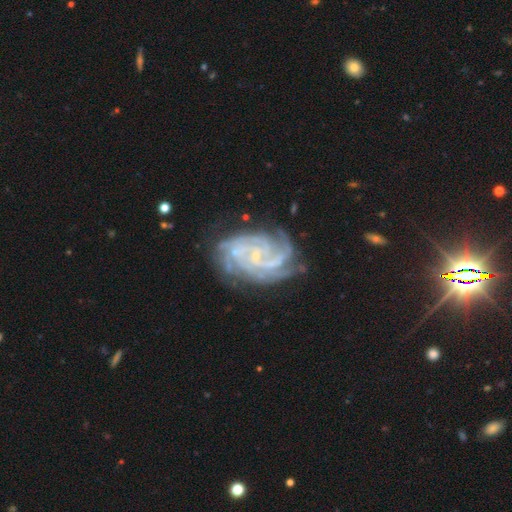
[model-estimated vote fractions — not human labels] A featured or disk galaxy (89%) with no bar (55%), 4 (28%) tight (67%) spiral arms (98%) and a small central bulge (81%).

Vote fractions:
- Smooth or featured? featured or disk: 89% / star or artifact: 6% / smooth: 4%
- Edge-on disk? no: 98% / yes: 2%
- Bar? no: 55% / weak: 34% / strong: 11%
- Spiral arms? yes: 98% / no: 2%
- Spiral winding? tight: 67% / medium: 28% / loose: 5%
- Spiral arm count? 4: 28% / 3: 22% / can't tell: 17% / 2: 13% / more than 4: 12% / 1: 8%
- Bulge size? small: 81% / moderate: 10% / none: 7% / large: 1% / dominant: 1%
- Merging? none: 71% / minor disturbance: 18% / major disturbance: 8% / merger: 2%